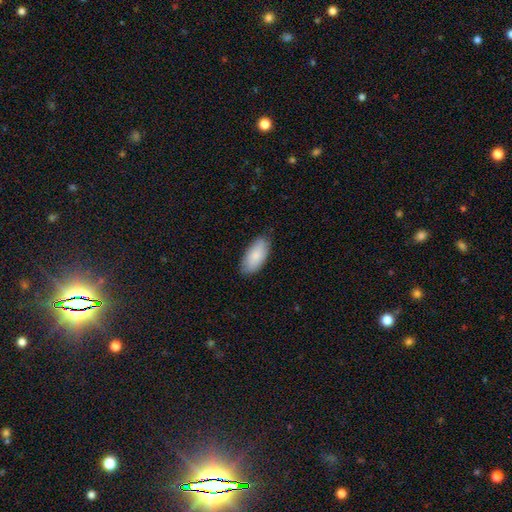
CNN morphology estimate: smooth-or-featured: smooth: 85% | featured or disk: 9% | star or artifact: 6%
  how-rounded: in between: 90% | cigar-shaped: 8% | round: 2%
  merging: none: 83% | minor disturbance: 14% | major disturbance: 2% | merger: 1%